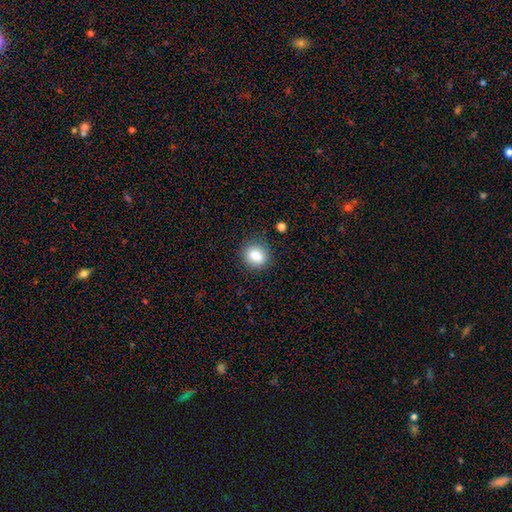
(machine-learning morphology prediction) smooth_or_featured: smooth (p=0.84) [alt: star or artifact p=0.09]
how_rounded: round (p=0.57) [alt: in between p=0.42]
merging: none (p=0.84) [alt: minor disturbance p=0.11]